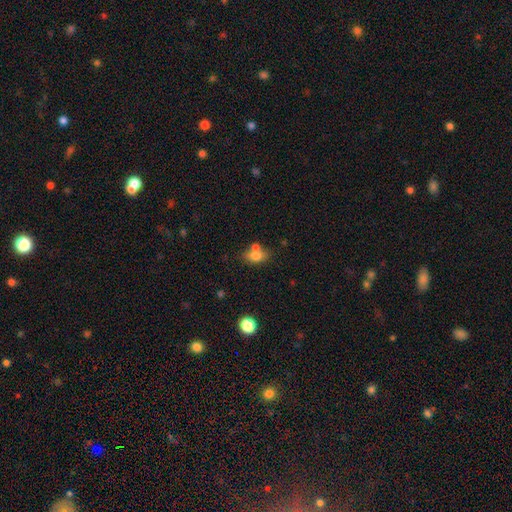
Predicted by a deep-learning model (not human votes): smooth 76%, featured or disk 13%, star or artifact 10%. Down the decision tree: how rounded — in between (79%); merging — none (50%).